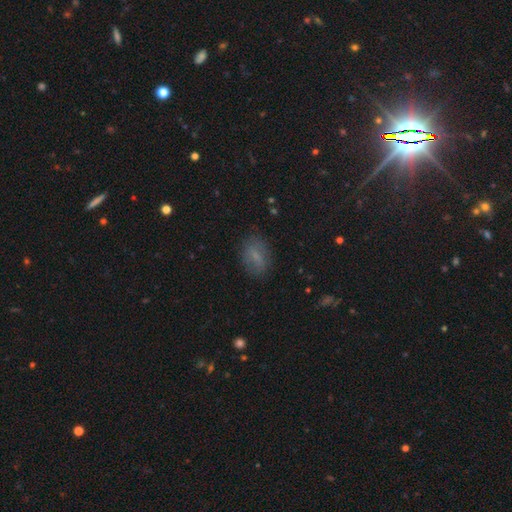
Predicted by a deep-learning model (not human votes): smooth-or-featured: smooth: 68% | featured or disk: 20% | star or artifact: 12%
  how-rounded: in between: 80% | round: 17% | cigar-shaped: 2%
  merging: none: 78% | minor disturbance: 15% | major disturbance: 5% | merger: 1%